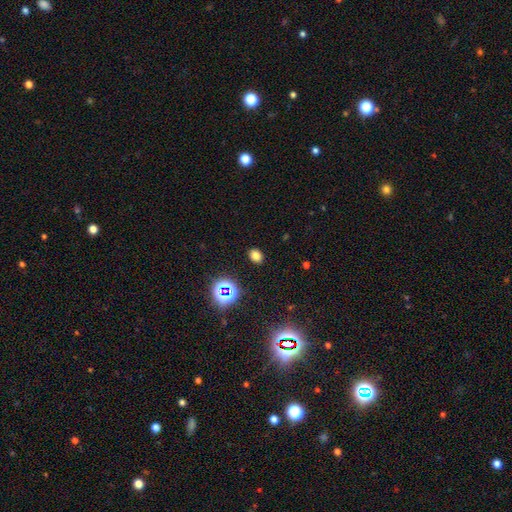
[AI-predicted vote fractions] This is likely a smooth galaxy (74%). How rounded: likely in between (62%). Merging: clearly none (89%).